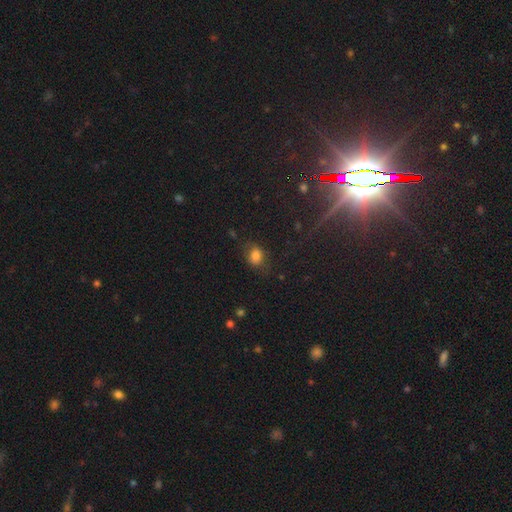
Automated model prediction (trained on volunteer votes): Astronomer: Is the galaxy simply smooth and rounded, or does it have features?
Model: smooth — 76%.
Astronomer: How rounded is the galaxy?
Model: in between — 57% (runner-up: round, 41%).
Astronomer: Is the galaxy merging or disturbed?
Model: none — 64%.